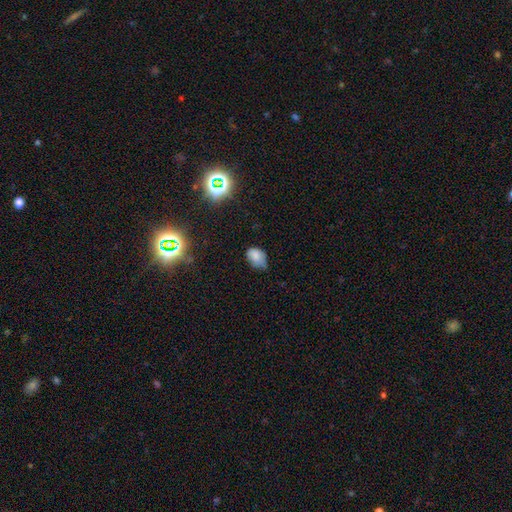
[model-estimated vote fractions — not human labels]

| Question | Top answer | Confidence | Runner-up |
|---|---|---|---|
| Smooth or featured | smooth | 79% | star or artifact (12%) |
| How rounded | in between | 83% | round (16%) |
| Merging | none | 46% | minor disturbance (42%) |